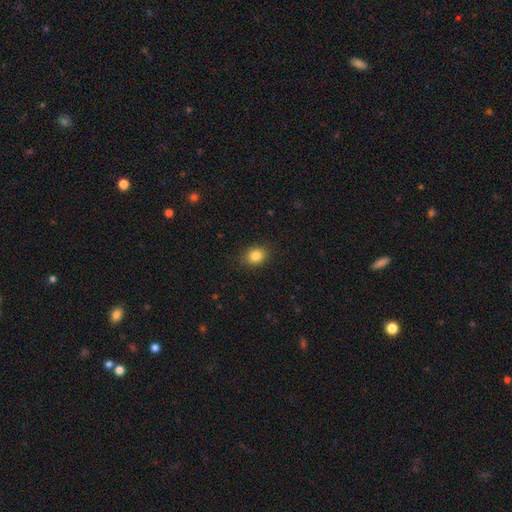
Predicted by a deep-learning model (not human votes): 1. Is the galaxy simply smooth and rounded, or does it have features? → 84% smooth, 10% star or artifact, 6% featured or disk.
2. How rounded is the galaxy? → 50% round, 49% in between, 1% cigar-shaped.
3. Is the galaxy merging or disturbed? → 87% none, 10% minor disturbance, 2% major disturbance, 1% merger.